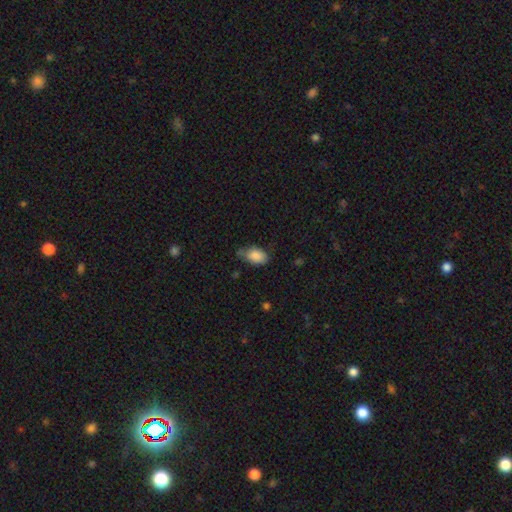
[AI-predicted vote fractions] smooth-or-featured: smooth: 86% | star or artifact: 8% | featured or disk: 6%
  how-rounded: in between: 89% | round: 9% | cigar-shaped: 2%
  merging: none: 58% | minor disturbance: 32% | major disturbance: 7% | merger: 4%